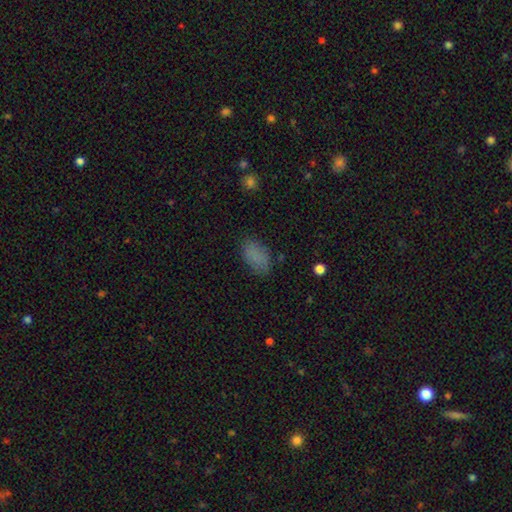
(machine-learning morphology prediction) A smooth galaxy with no disk features (83%) that is in between round and cigar-shaped (92%).

Vote fractions:
- Smooth or featured? smooth: 83% / star or artifact: 11% / featured or disk: 6%
- How rounded? in between: 92% / round: 6% / cigar-shaped: 2%
- Merging? none: 78% / minor disturbance: 16% / major disturbance: 5% / merger: 1%